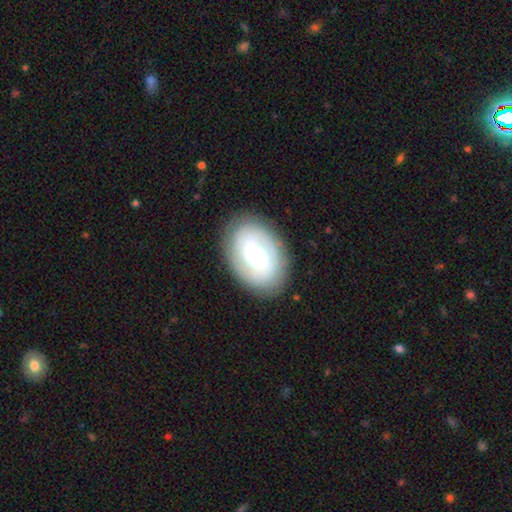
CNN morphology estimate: A featured or disk galaxy (57%) with no bar (46%), spiral arms (72%) and a moderate central bulge (60%).

Vote fractions:
- Smooth or featured? featured or disk: 57% / smooth: 36% / star or artifact: 7%
- Edge-on disk? no: 95% / yes: 5%
- Bar? no: 46% / weak: 40% / strong: 13%
- Spiral arms? yes: 72% / no: 28%
- Bulge size? moderate: 60% / small: 27% / large: 10% / dominant: 2% / none: 1%
- Merging? none: 83% / minor disturbance: 12% / major disturbance: 4% / merger: 1%